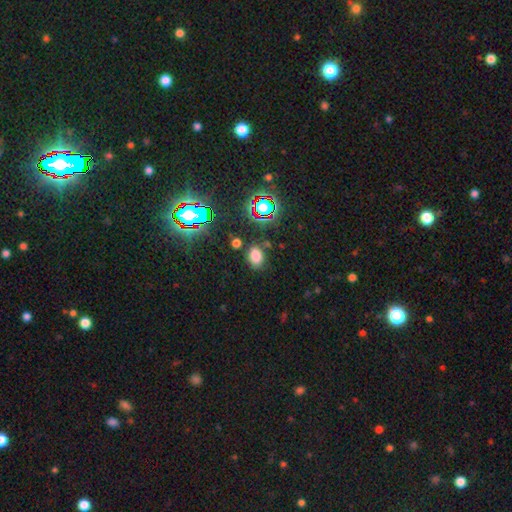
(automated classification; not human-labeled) Smooth or featured? smooth (72%)
How rounded? in between (74%)
Merging? none (80%)